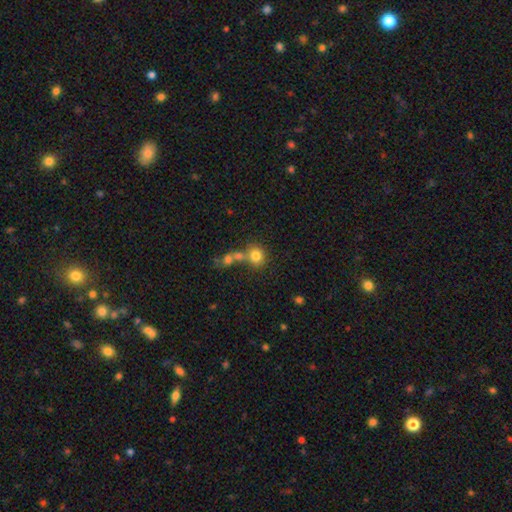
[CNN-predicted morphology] Q: Smooth or featured?
A: smooth (78%); runner-up: star or artifact (13%)
Q: How rounded?
A: round (82%); runner-up: in between (17%)
Q: Merging?
A: none (51%); runner-up: merger (34%)